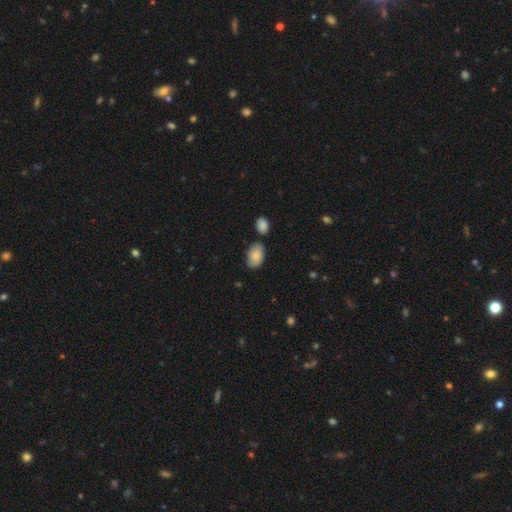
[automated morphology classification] A smooth galaxy with no disk features (81%) that is in between round and cigar-shaped (91%). Merging: none (69%).